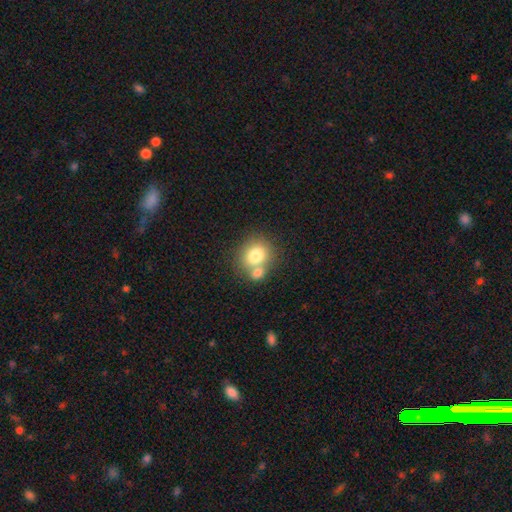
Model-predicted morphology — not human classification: Smooth or featured: smooth — 77% (featured or disk — 13%)
How rounded: round — 73% (in between — 26%)
Merging: none — 46% (merger — 41%)